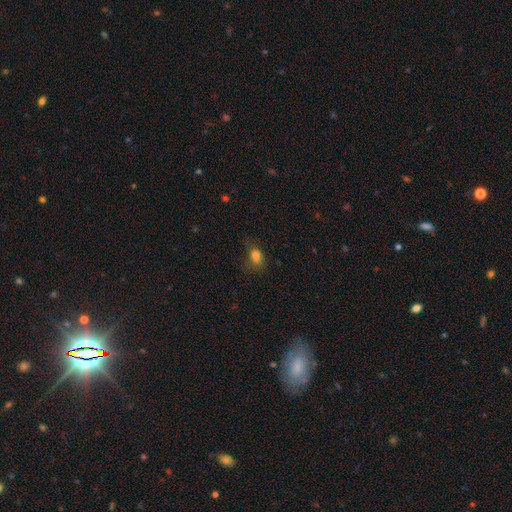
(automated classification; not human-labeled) smooth_or_featured: smooth (p=0.80) [alt: star or artifact p=0.13]
how_rounded: in between (p=0.71) [alt: round p=0.27]
merging: none (p=0.61) [alt: minor disturbance p=0.25]